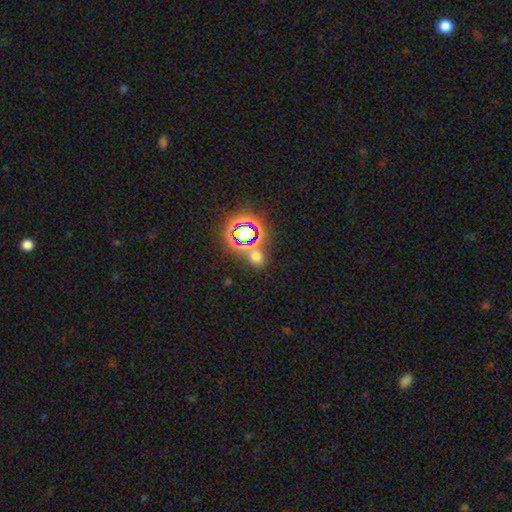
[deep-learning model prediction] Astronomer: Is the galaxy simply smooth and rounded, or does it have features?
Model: smooth — 49% (runner-up: star or artifact, 43%).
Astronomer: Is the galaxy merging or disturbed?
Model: none — 71%.